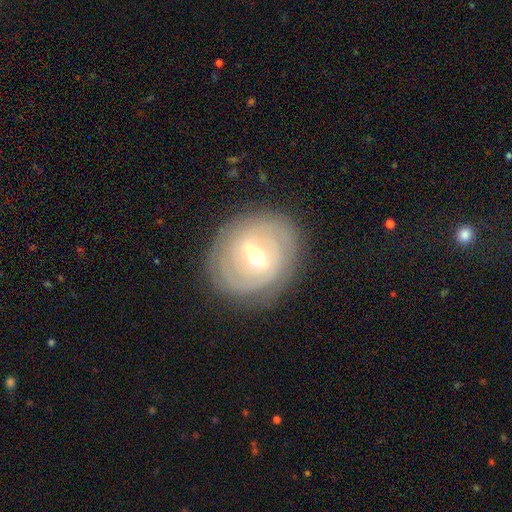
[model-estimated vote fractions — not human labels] Q: Smooth or featured?
A: featured or disk (78%); runner-up: smooth (16%)
Q: Edge-on disk?
A: no (93%); runner-up: yes (7%)
Q: Bar?
A: weak (44%); tied with: strong (44%)
Q: Spiral arms?
A: yes (75%); runner-up: no (25%)
Q: Spiral winding?
A: tight (71%); runner-up: medium (20%)
Q: Spiral arm count?
A: can't tell (40%); runner-up: 2 (36%)
Q: Bulge size?
A: moderate (70%); runner-up: small (21%)
Q: Merging?
A: none (82%); runner-up: minor disturbance (12%)